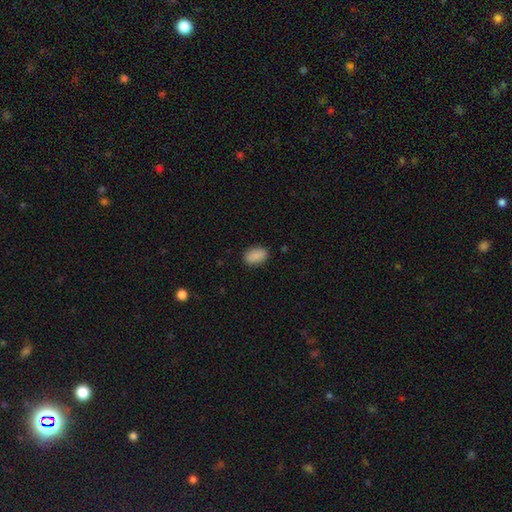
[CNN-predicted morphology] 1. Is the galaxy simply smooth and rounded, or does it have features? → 89% smooth, 8% star or artifact, 3% featured or disk.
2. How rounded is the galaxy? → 89% in between, 10% round, 2% cigar-shaped.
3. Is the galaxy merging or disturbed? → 85% none, 11% minor disturbance, 3% major disturbance, 1% merger.